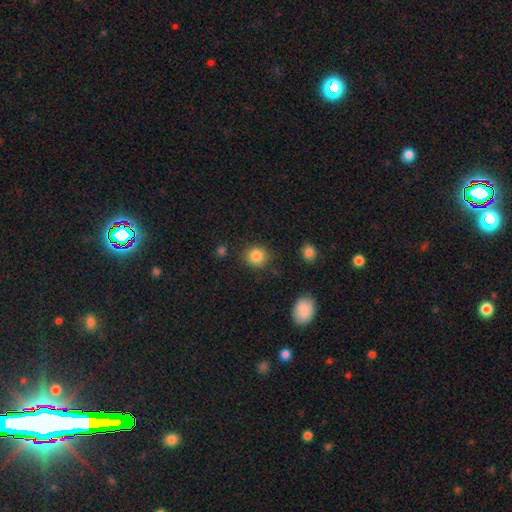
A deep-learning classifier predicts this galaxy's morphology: Smooth or featured? smooth (86%)
How rounded? round (88%)
Merging? none (87%)